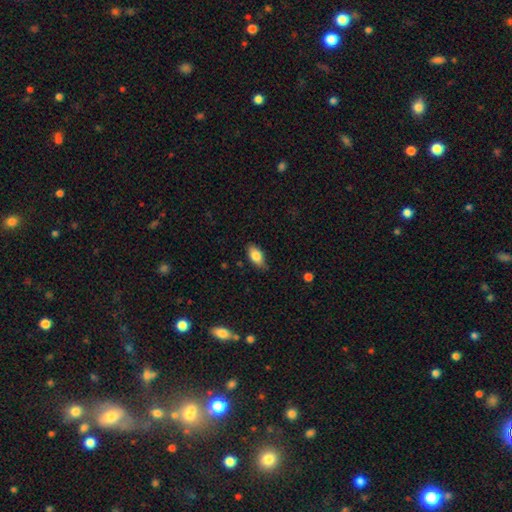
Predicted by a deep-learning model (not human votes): smooth_or_featured: smooth (p=0.82) [alt: featured or disk p=0.10]
how_rounded: in between (p=0.90) [alt: cigar-shaped p=0.06]
merging: none (p=0.72) [alt: minor disturbance p=0.23]